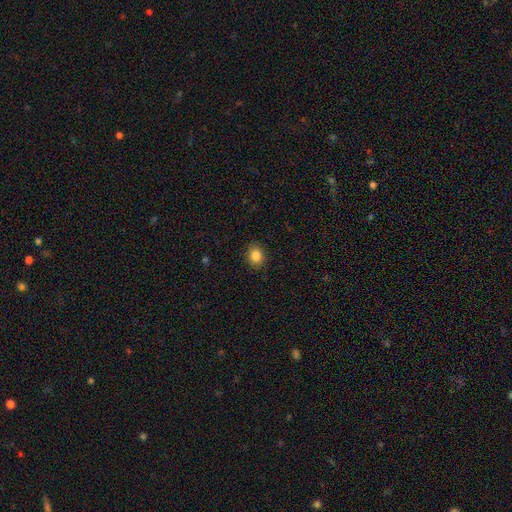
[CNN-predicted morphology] Smooth or featured? Predicted: smooth (p=0.85). How rounded? Predicted: round (p=0.58). Merging? Predicted: none (p=0.89).